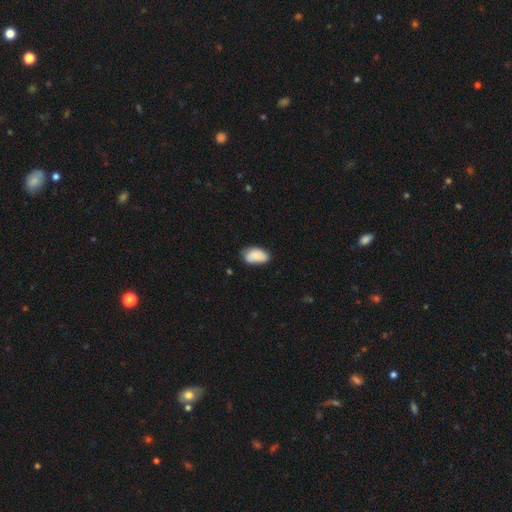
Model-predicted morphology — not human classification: Smooth or featured?
  - smooth: 86% *
  - star or artifact: 7%
  - featured or disk: 7%
How rounded?
  - in between: 93% *
  - round: 5%
  - cigar-shaped: 2%
Merging?
  - none: 63% *
  - minor disturbance: 29%
  - major disturbance: 5%
  - merger: 2%